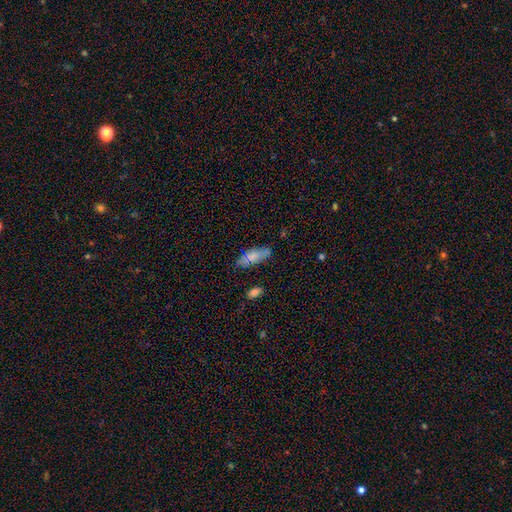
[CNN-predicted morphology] smooth 69%, featured or disk 17%, star or artifact 14%. Down the decision tree: how rounded — in between (71%); merging — none (67%).